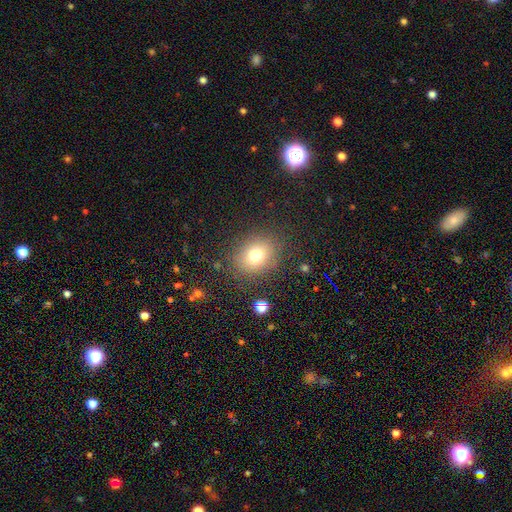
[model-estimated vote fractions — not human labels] A smooth galaxy with no disk features (75%) that is round (53%).

Vote fractions:
- Smooth or featured? smooth: 75% / star or artifact: 14% / featured or disk: 11%
- How rounded? round: 53% / in between: 46% / cigar-shaped: 1%
- Merging? none: 83% / minor disturbance: 10% / major disturbance: 5% / merger: 2%